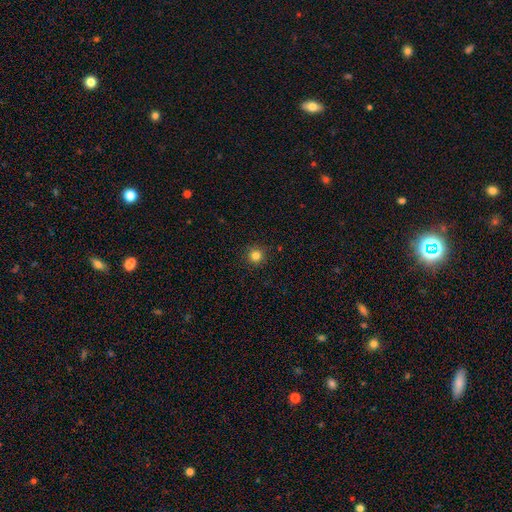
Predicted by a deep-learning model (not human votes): This is clearly a smooth galaxy (82%). How rounded: clearly round (95%). Merging: clearly none (91%).